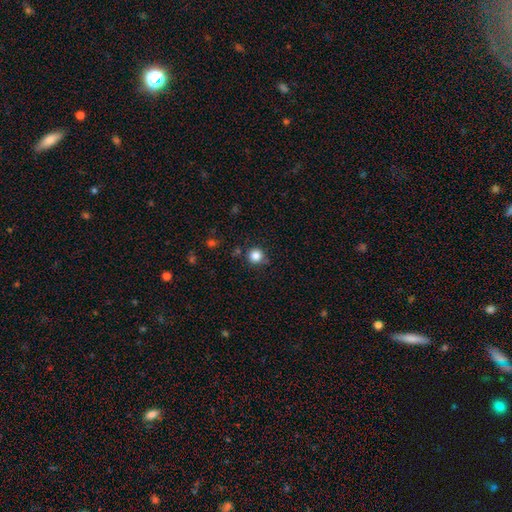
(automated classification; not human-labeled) smooth 84%, star or artifact 12%, featured or disk 4%. Down the decision tree: how rounded — round (94%); merging — none (80%).